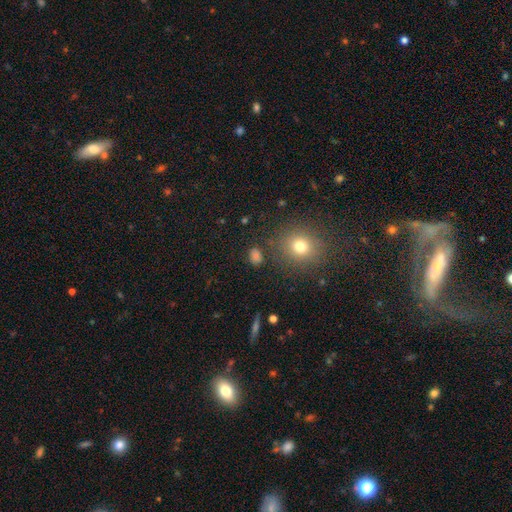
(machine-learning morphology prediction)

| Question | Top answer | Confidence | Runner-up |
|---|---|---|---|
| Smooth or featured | smooth | 72% | star or artifact (21%) |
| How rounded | in between | 55% | round (43%) |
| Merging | none | 80% | minor disturbance (11%) |